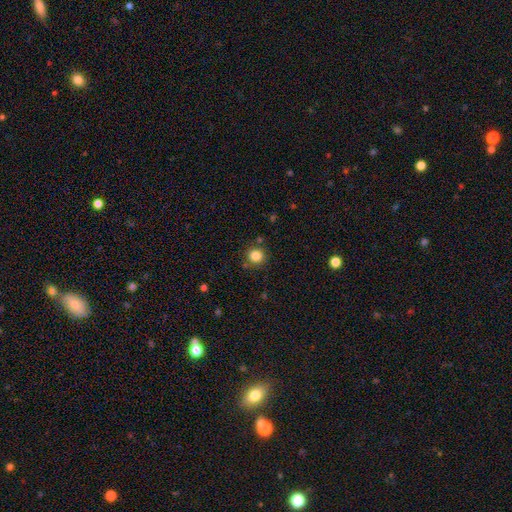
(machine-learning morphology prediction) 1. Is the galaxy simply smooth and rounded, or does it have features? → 84% smooth, 11% star or artifact, 5% featured or disk.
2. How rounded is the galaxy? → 93% round, 6% in between, 1% cigar-shaped.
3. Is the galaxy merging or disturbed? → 83% none, 9% minor disturbance, 5% merger, 3% major disturbance.